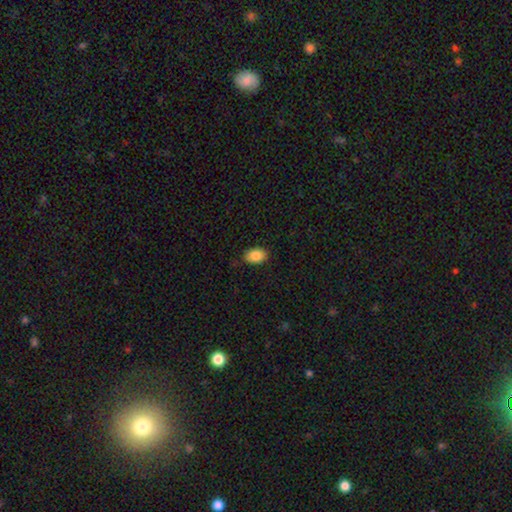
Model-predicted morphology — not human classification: smooth_or_featured: smooth (p=0.87) [alt: star or artifact p=0.07]
how_rounded: in between (p=0.88) [alt: round p=0.11]
merging: none (p=0.85) [alt: minor disturbance p=0.12]